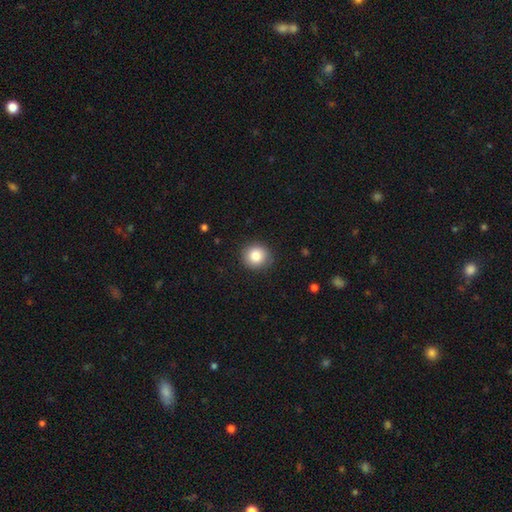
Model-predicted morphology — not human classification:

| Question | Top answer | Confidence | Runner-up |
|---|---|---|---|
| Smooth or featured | smooth | 85% | star or artifact (9%) |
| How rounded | round | 90% | in between (9%) |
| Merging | none | 89% | minor disturbance (8%) |